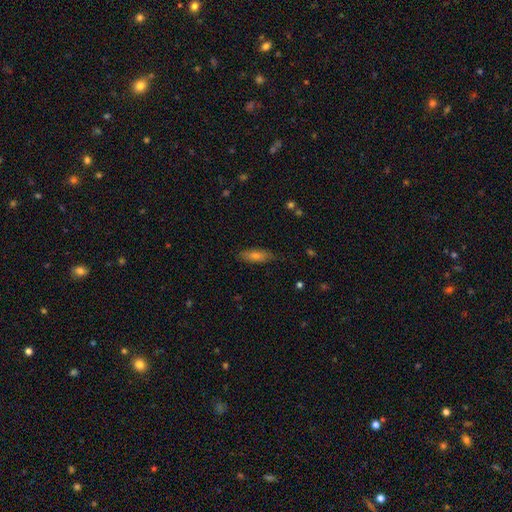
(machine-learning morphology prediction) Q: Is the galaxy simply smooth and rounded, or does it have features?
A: smooth — 62%.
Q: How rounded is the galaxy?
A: in between — 55%.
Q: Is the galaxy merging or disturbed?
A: none — 82%.